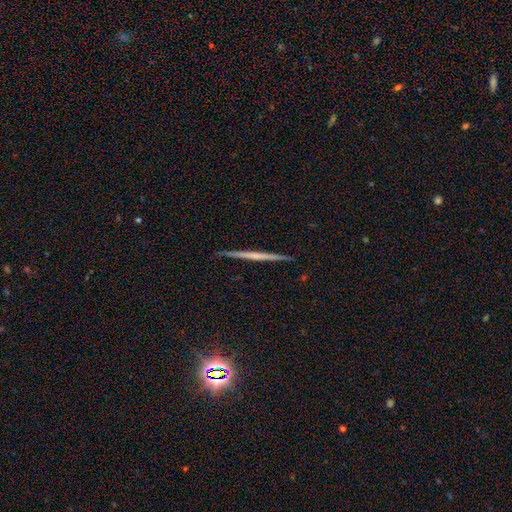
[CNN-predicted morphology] This is possibly a featured or disk galaxy (58%). It is clearly viewed edge-on (98%). Edge-on bulge: clearly none (82%). Merging: clearly none (92%).